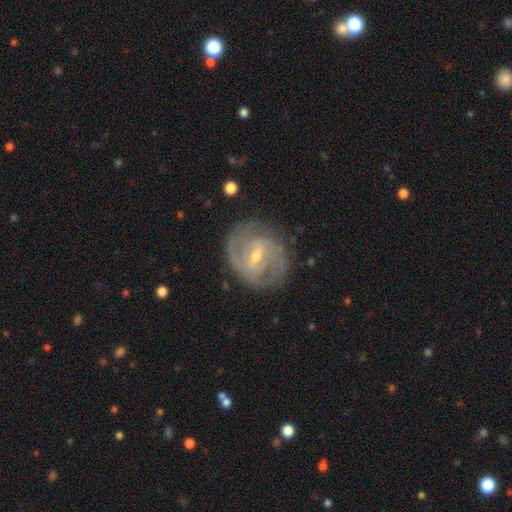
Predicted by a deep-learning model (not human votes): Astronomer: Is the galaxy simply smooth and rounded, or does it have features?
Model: featured or disk — 86%.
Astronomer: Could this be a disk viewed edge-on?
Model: no — 97%.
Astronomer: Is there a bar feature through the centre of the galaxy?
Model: weak — 50% (runner-up: strong, 36%).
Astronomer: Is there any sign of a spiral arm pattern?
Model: yes — 93%.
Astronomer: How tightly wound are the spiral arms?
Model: tight — 54% (runner-up: medium, 37%).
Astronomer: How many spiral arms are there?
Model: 2 — 55%.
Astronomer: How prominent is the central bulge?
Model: small — 52% (runner-up: moderate, 45%).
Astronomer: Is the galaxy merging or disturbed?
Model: none — 76%.